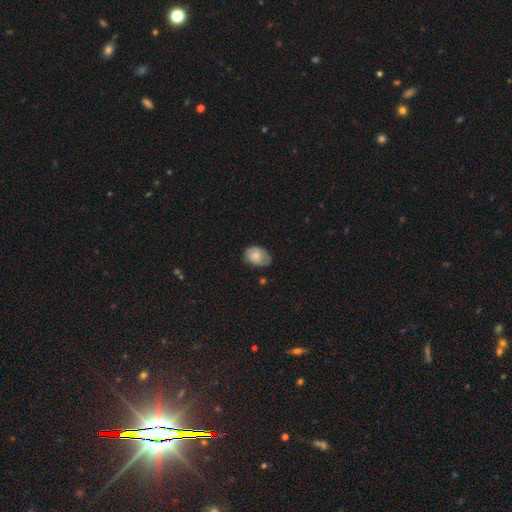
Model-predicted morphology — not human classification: smooth 71%, featured or disk 21%, star or artifact 7%. Down the decision tree: how rounded — in between (77%); merging — none (57%).